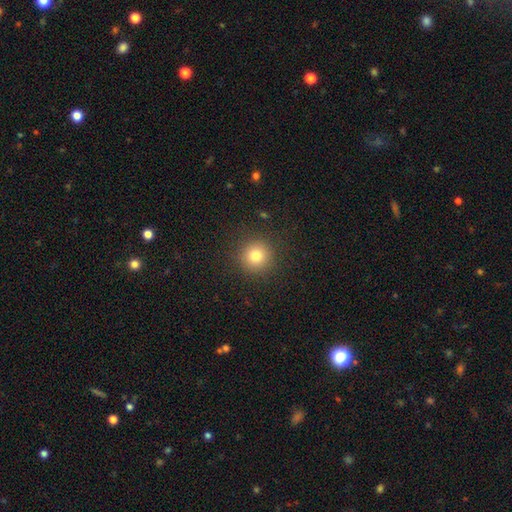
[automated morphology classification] Overall: smooth (80%). How rounded: round (94%). Merging: none (91%).